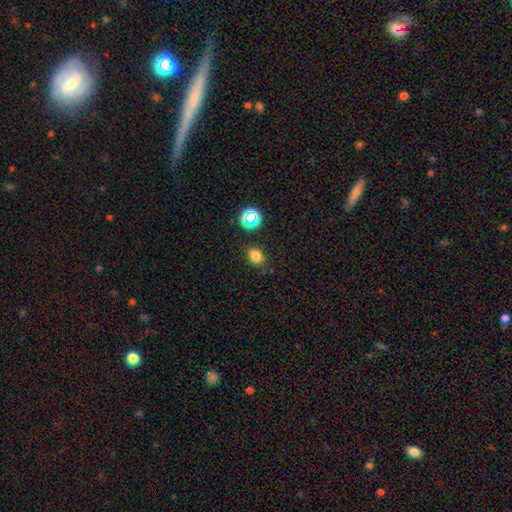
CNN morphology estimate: Smooth or featured: smooth — 77% (star or artifact — 17%)
How rounded: in between — 52% (round — 47%)
Merging: none — 83% (minor disturbance — 11%)